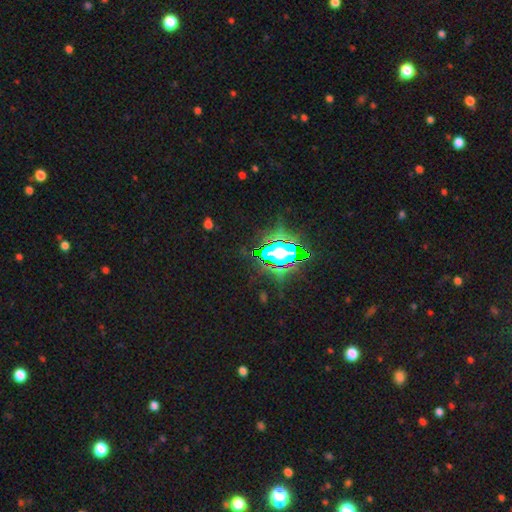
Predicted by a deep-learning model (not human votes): Morphology: type=star or artifact (81%).